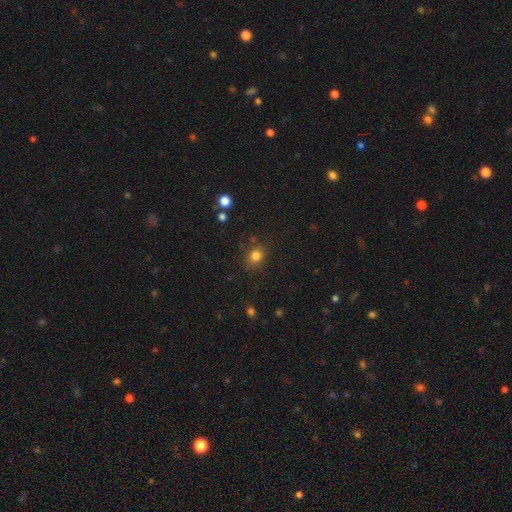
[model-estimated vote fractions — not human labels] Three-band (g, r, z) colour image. It shows a smooth galaxy with no disk features (81%) that is round (67%). Merging: none (80%).